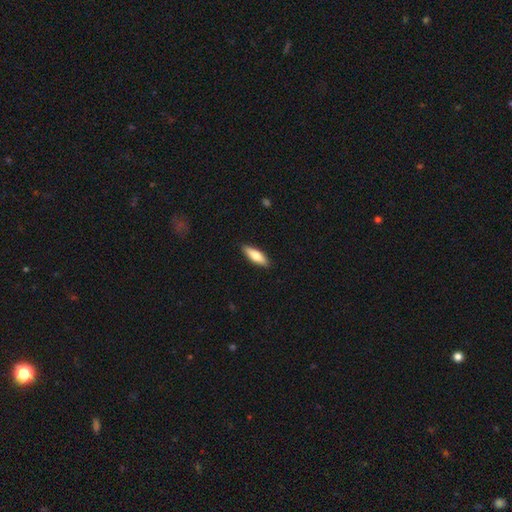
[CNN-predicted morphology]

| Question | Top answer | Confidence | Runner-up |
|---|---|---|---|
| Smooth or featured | smooth | 71% | featured or disk (23%) |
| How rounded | cigar-shaped | 51% | in between (48%) |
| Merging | none | 89% | minor disturbance (8%) |